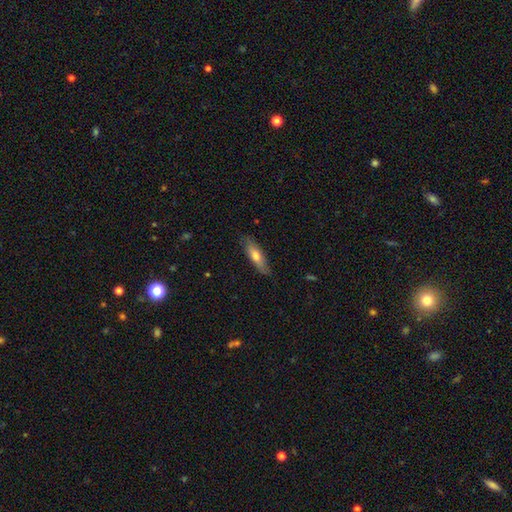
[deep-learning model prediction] smooth_or_featured: smooth (p=0.65) [alt: featured or disk p=0.29]
how_rounded: cigar-shaped (p=0.57) [alt: in between p=0.41]
merging: none (p=0.81) [alt: minor disturbance p=0.15]